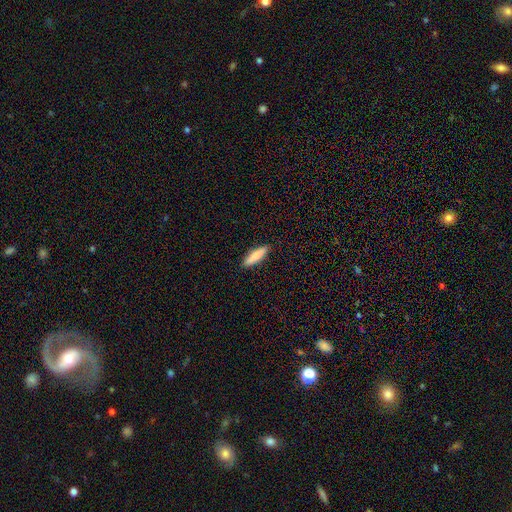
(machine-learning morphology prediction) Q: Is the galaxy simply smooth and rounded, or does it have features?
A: smooth — 76%.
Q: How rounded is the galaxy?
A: cigar-shaped — 72%.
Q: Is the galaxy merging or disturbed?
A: none — 90%.